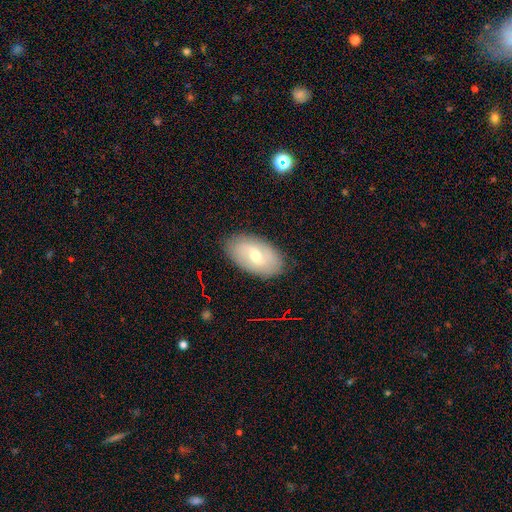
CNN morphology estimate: Smooth or featured?
  - featured or disk: 51% *
  - smooth: 42%
  - star or artifact: 8%
Edge-on disk?
  - no: 90% *
  - yes: 10%
Merging?
  - none: 85% *
  - minor disturbance: 11%
  - major disturbance: 3%
  - merger: 1%